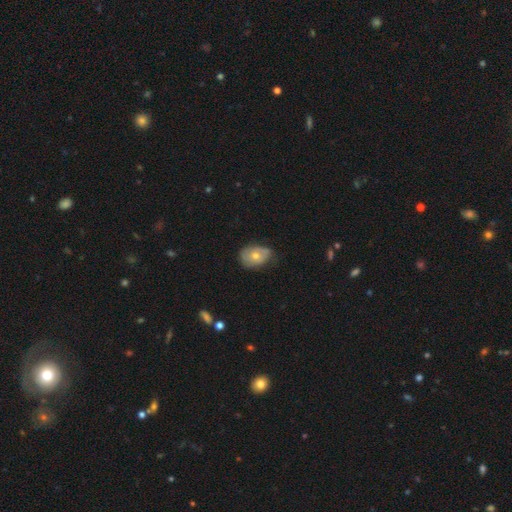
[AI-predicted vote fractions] Smooth or featured? Predicted: smooth (p=0.47). Merging? Predicted: none (p=0.57).